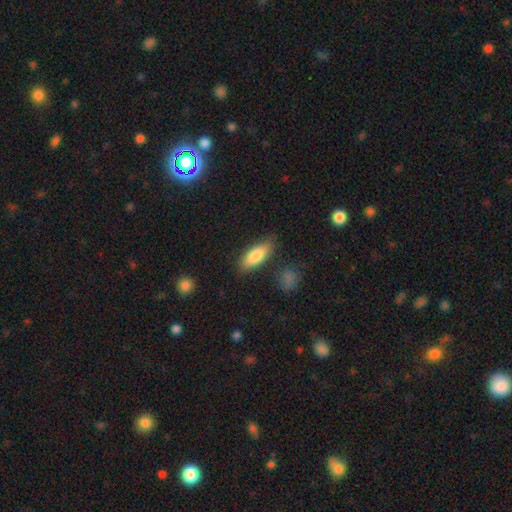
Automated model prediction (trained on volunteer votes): Smooth or featured?
  - smooth: 84% *
  - featured or disk: 10%
  - star or artifact: 6%
How rounded?
  - in between: 77% *
  - cigar-shaped: 21%
  - round: 2%
Merging?
  - none: 79% *
  - minor disturbance: 14%
  - merger: 4%
  - major disturbance: 4%